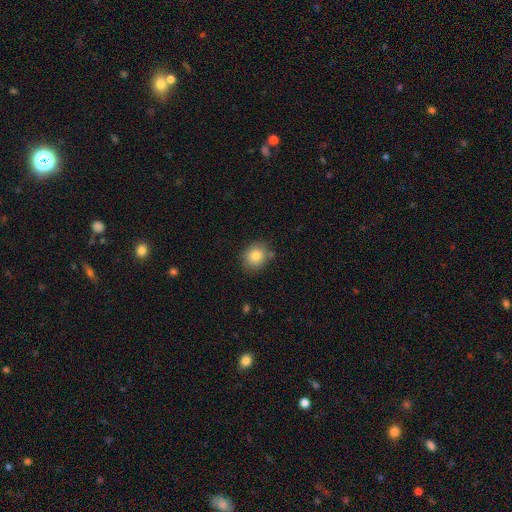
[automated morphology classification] Smooth or featured?
  - smooth: 82% *
  - star or artifact: 10%
  - featured or disk: 8%
How rounded?
  - round: 76% *
  - in between: 23%
  - cigar-shaped: 1%
Merging?
  - none: 81% *
  - minor disturbance: 13%
  - merger: 4%
  - major disturbance: 3%